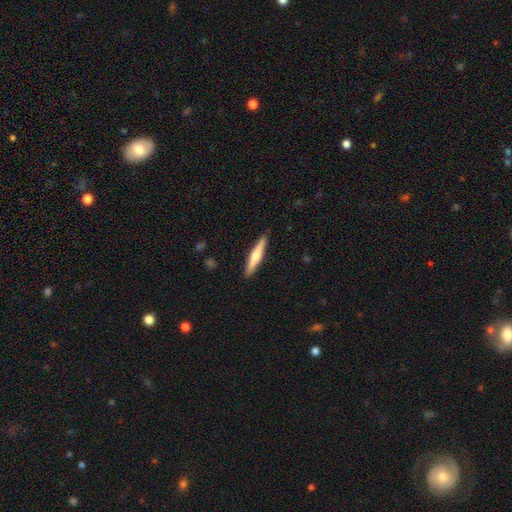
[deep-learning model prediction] Smooth or featured: featured or disk — 48% (smooth — 47%)
Merging: none — 90% (minor disturbance — 7%)